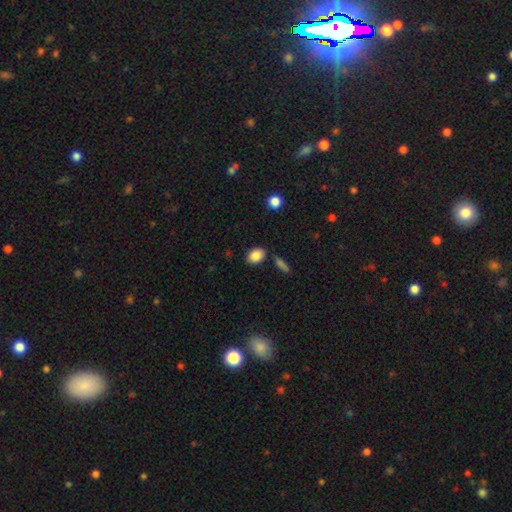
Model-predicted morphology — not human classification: smooth_or_featured: smooth (p=0.86) [alt: star or artifact p=0.08]
how_rounded: in between (p=0.75) [alt: round p=0.23]
merging: none (p=0.81) [alt: minor disturbance p=0.11]